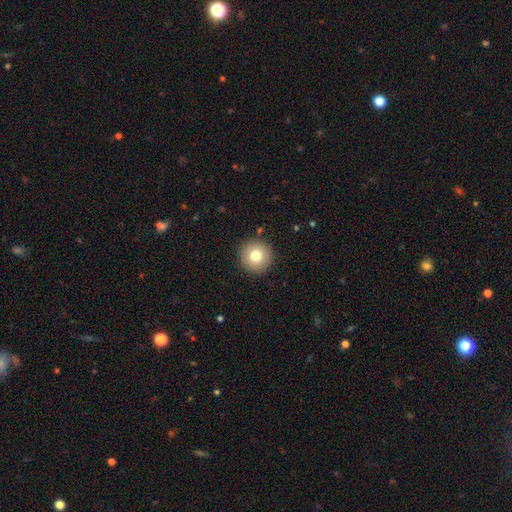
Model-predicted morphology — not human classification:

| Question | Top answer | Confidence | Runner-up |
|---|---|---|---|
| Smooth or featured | smooth | 77% | featured or disk (13%) |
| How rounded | round | 96% | in between (3%) |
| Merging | none | 91% | minor disturbance (5%) |